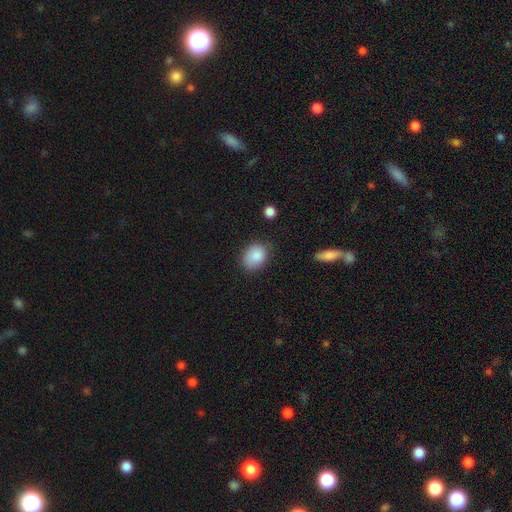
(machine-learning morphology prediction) This is clearly a smooth galaxy (87%). How rounded: likely in between (64%). Merging: likely none (74%).